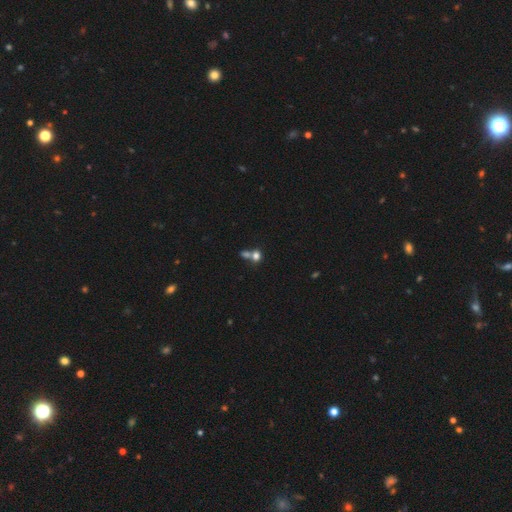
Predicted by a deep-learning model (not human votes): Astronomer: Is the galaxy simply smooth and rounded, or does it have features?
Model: smooth — 73%.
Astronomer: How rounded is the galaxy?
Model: round — 64%.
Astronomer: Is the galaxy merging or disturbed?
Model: merger — 50% (runner-up: none, 37%).